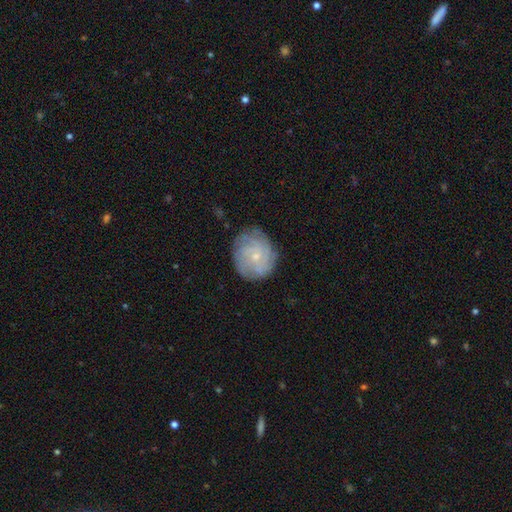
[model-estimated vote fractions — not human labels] This appears to be a featured or disk galaxy (63%) with no bar (75%), tight (64%) spiral arms (85%) and a small central bulge (76%). Merging: none (78%).